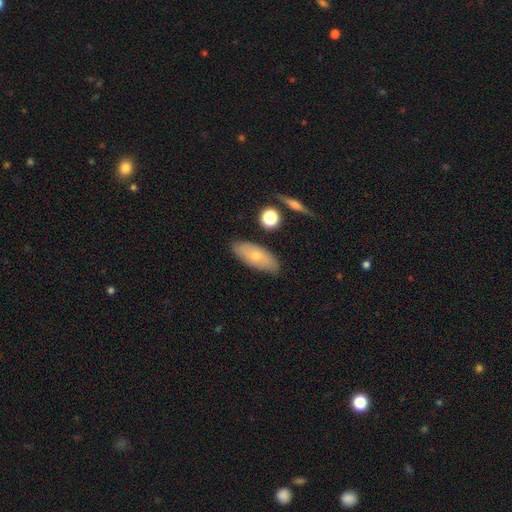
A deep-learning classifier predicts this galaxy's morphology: smooth 64%, featured or disk 29%, star or artifact 7%. Down the decision tree: how rounded — in between (82%); merging — none (83%).